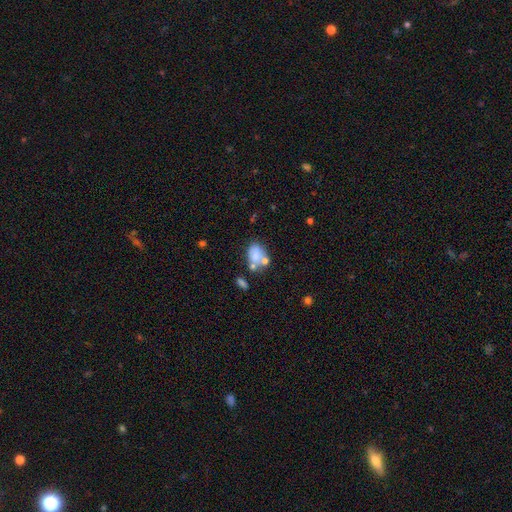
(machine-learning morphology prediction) Overall: smooth (72%). How rounded: in between (77%). Merging: none (40%; merger 32%).